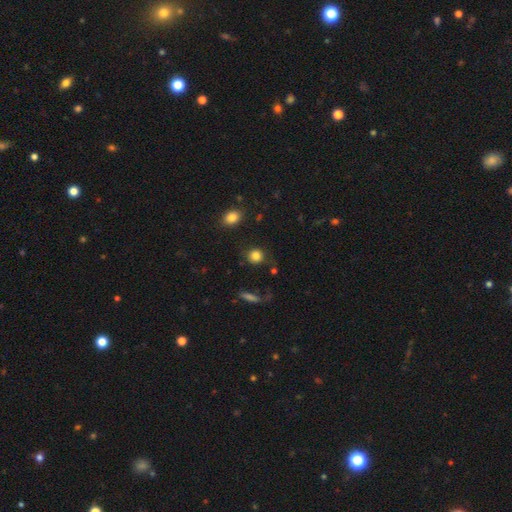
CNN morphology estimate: smooth-or-featured: smooth: 84% | star or artifact: 11% | featured or disk: 6%
  how-rounded: round: 86% | in between: 13% | cigar-shaped: 1%
  merging: none: 76% | minor disturbance: 14% | major disturbance: 6% | merger: 4%